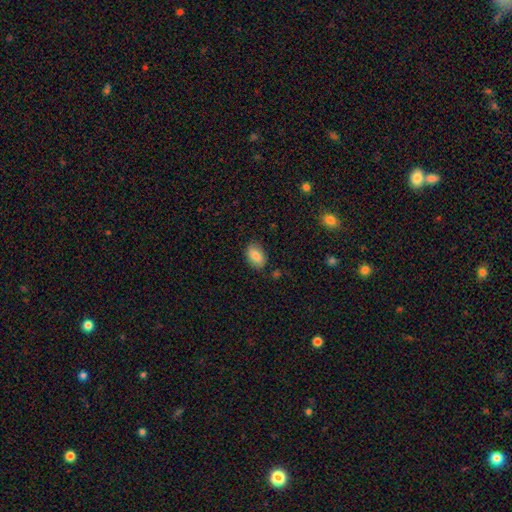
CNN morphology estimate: Smooth or featured? Predicted: smooth (p=0.85). How rounded? Predicted: in between (p=0.88). Merging? Predicted: none (p=0.82).